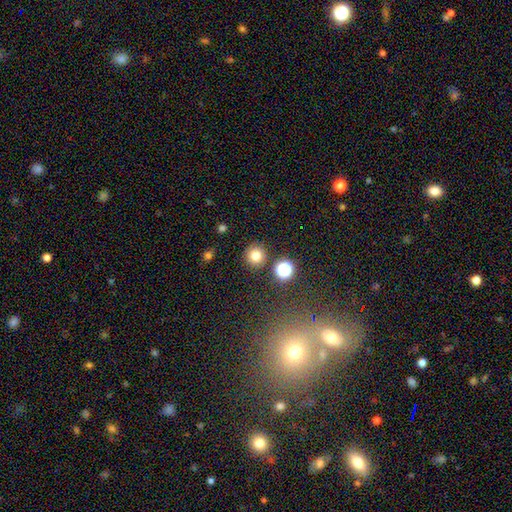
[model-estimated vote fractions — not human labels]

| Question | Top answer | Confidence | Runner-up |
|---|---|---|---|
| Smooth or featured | smooth | 78% | star or artifact (14%) |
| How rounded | round | 93% | in between (6%) |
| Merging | none | 87% | minor disturbance (7%) |